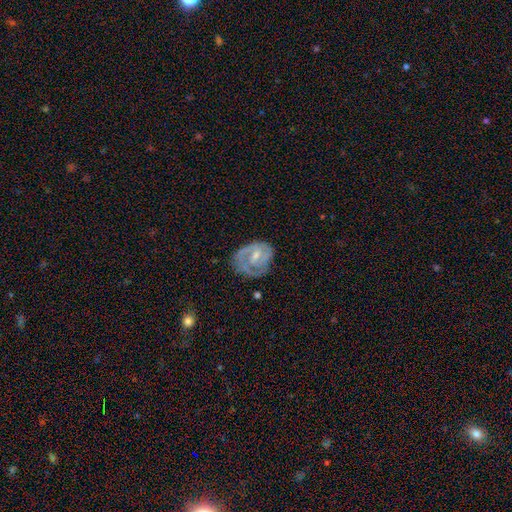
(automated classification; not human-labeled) Smooth or featured: featured or disk — 79% (smooth — 16%)
Edge-on disk: no — 98% (yes — 2%)
Bar: weak — 53% (no — 34%)
Spiral arms: yes — 92% (no — 8%)
Spiral winding: tight — 48% (medium — 40%)
Spiral arm count: 2 — 56% (can't tell — 17%)
Bulge size: small — 53% (moderate — 40%)
Merging: none — 59% (minor disturbance — 25%)